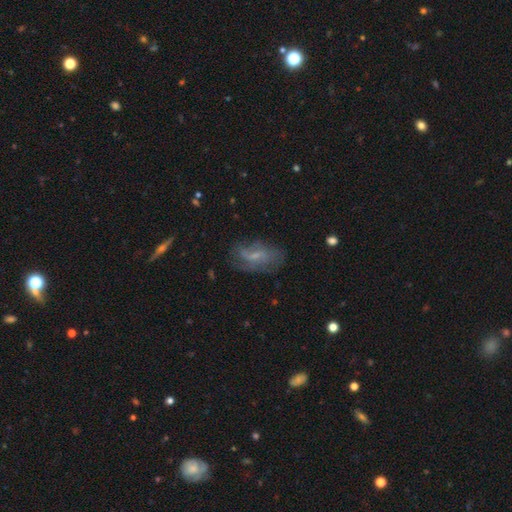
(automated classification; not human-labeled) smooth-or-featured: featured or disk: 58% | smooth: 32% | star or artifact: 10%
  disk-edge-on: no: 92% | yes: 8%
    bar: weak: 46% | no: 42% | strong: 12%
    has-spiral-arms: yes: 75% | no: 25%
    bulge-size: small: 53% | moderate: 23% | none: 21% | large: 2% | dominant: 1%
  merging: none: 61% | minor disturbance: 23% | major disturbance: 13% | merger: 2%